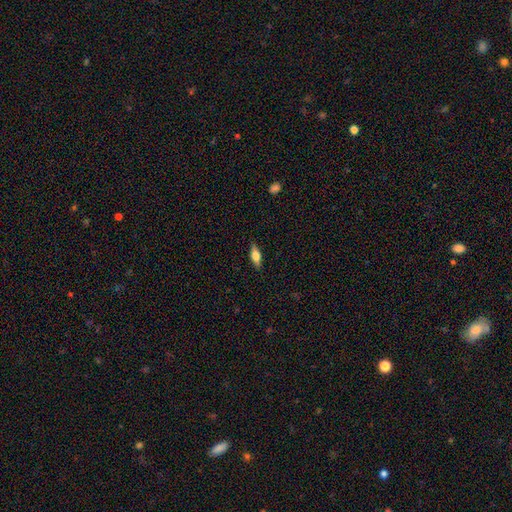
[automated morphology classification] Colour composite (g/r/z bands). It shows a smooth galaxy with no disk features (55%) that is in between round and cigar-shaped (62%). Merging: none (87%).